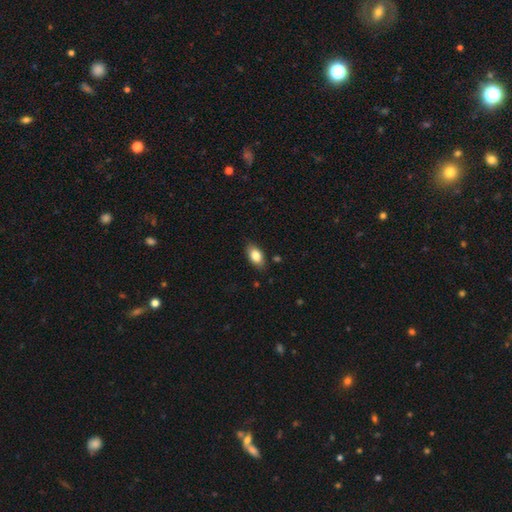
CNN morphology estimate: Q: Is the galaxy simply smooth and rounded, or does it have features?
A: smooth — 81%.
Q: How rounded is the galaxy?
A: in between — 89%.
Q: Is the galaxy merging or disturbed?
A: none — 83%.